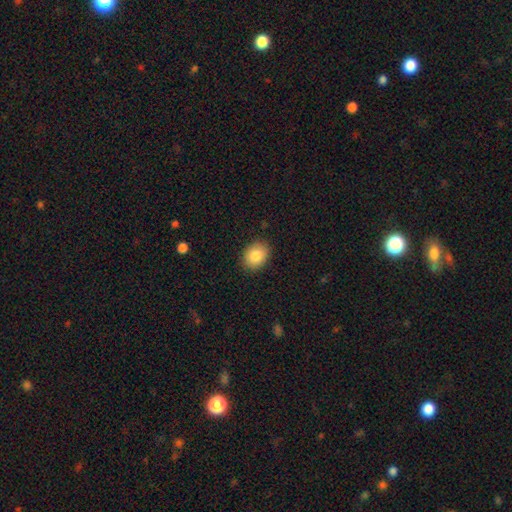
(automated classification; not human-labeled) smooth 84%, star or artifact 8%, featured or disk 8%. Down the decision tree: how rounded — in between (59%); merging — none (87%).